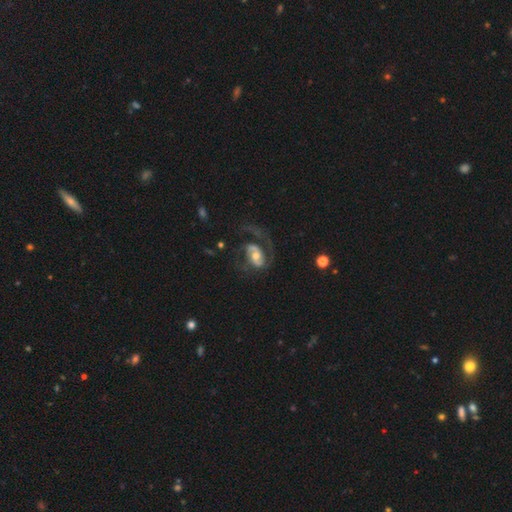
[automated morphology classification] Q: Smooth or featured?
A: featured or disk (77%); runner-up: smooth (17%)
Q: Edge-on disk?
A: no (97%); runner-up: yes (3%)
Q: Bar?
A: no (53%); runner-up: weak (33%)
Q: Spiral arms?
A: yes (89%); runner-up: no (11%)
Q: Spiral winding?
A: medium (44%); runner-up: loose (37%)
Q: Spiral arm count?
A: 2 (63%); runner-up: 1 (23%)
Q: Bulge size?
A: moderate (62%); runner-up: small (27%)
Q: Merging?
A: none (42%); runner-up: major disturbance (39%)